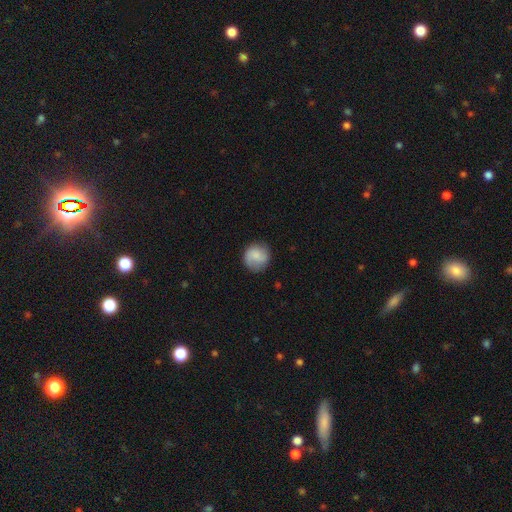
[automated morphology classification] smooth 76%, featured or disk 17%, star or artifact 7%. Down the decision tree: how rounded — round (89%); merging — none (78%).